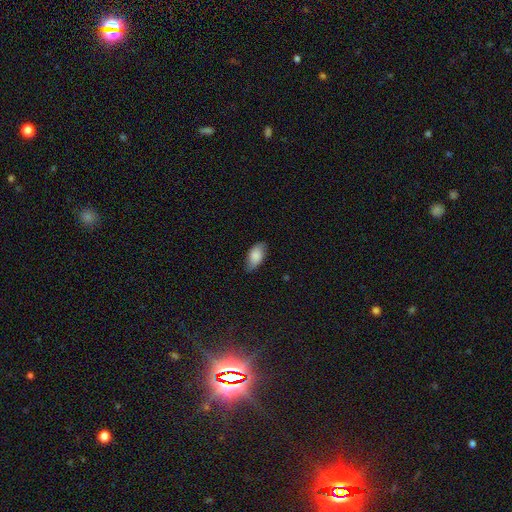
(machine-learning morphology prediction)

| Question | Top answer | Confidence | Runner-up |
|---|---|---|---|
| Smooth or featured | smooth | 82% | featured or disk (12%) |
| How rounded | in between | 93% | cigar-shaped (4%) |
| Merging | none | 75% | minor disturbance (20%) |